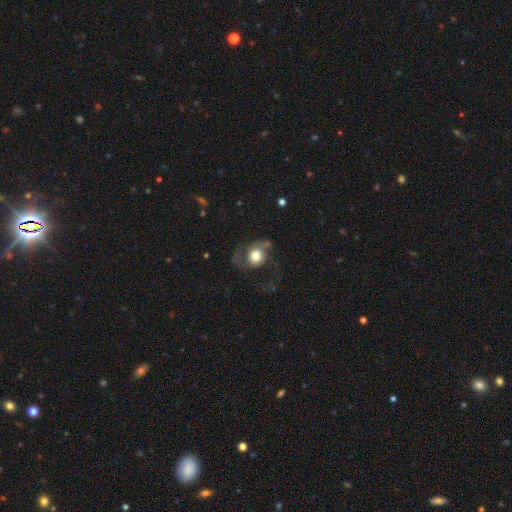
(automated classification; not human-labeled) Overall: smooth (61%; featured or disk 30%). How rounded: round (68%; in between 31%). Merging: major disturbance (40%; none 36%).